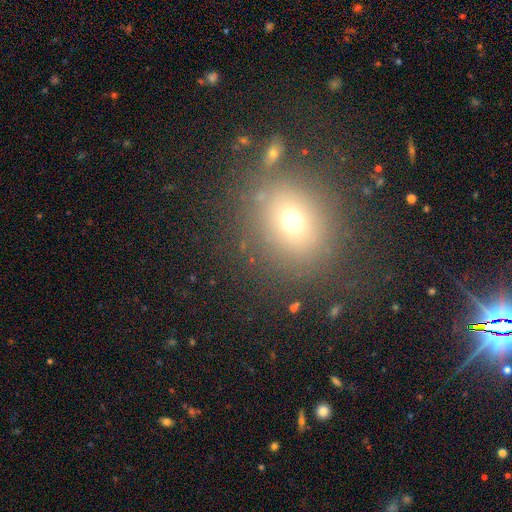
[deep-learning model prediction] smooth_or_featured: smooth (p=0.54) [alt: star or artifact p=0.32]
how_rounded: round (p=0.67) [alt: in between p=0.31]
merging: none (p=0.81) [alt: minor disturbance p=0.10]